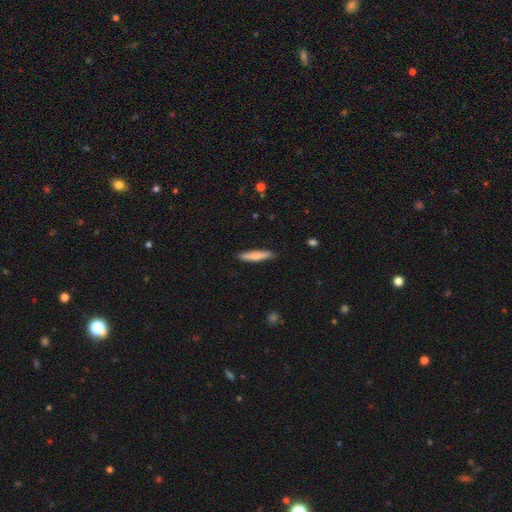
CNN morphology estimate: smooth-or-featured: smooth: 71% | featured or disk: 24% | star or artifact: 5%
  how-rounded: cigar-shaped: 87% | in between: 12% | round: 1%
  merging: none: 88% | minor disturbance: 9% | major disturbance: 2% | merger: 1%